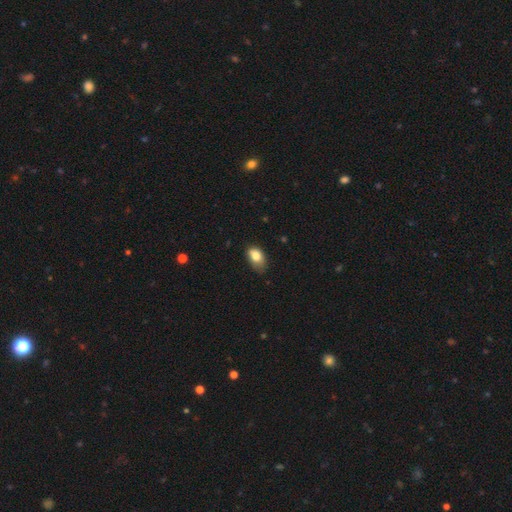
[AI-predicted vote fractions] smooth-or-featured: smooth: 81% | featured or disk: 11% | star or artifact: 8%
  how-rounded: in between: 88% | round: 10% | cigar-shaped: 2%
  merging: none: 50% | minor disturbance: 38% | major disturbance: 9% | merger: 2%